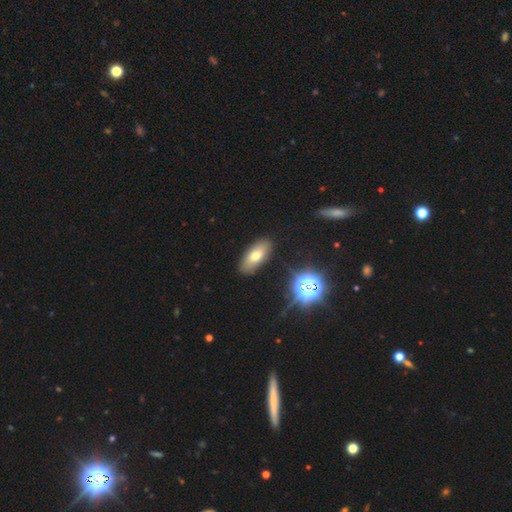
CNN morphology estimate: Overall: smooth (69%). How rounded: in between (83%). Merging: none (87%).